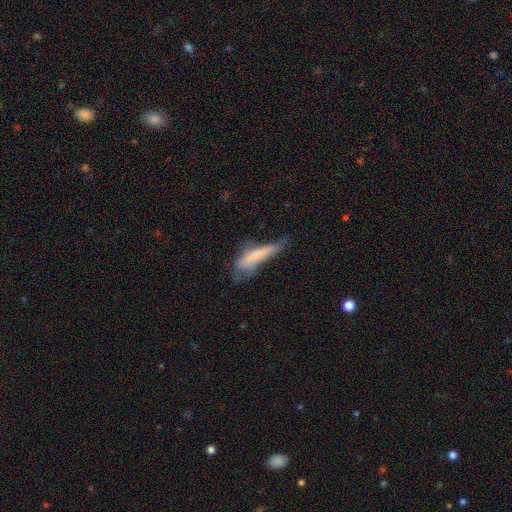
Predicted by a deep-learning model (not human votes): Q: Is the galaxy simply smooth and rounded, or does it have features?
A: smooth — 66%.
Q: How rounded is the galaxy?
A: cigar-shaped — 76%.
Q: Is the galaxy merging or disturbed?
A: minor disturbance — 36%.